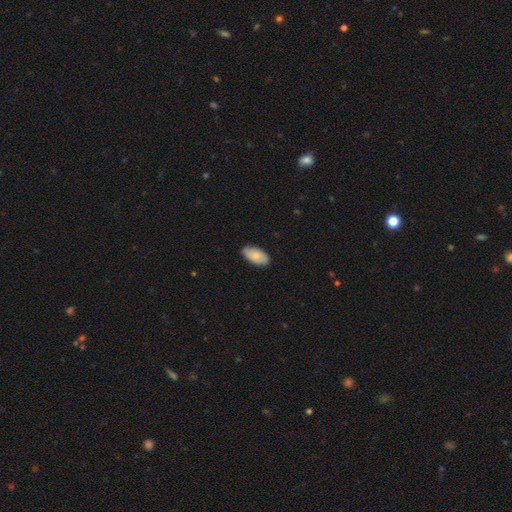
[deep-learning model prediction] The model was most divided on "merging": none: 85%, minor disturbance: 12%, major disturbance: 2%, merger: 1%. More confident: how rounded — in between (95%); smooth or featured — smooth (85%).